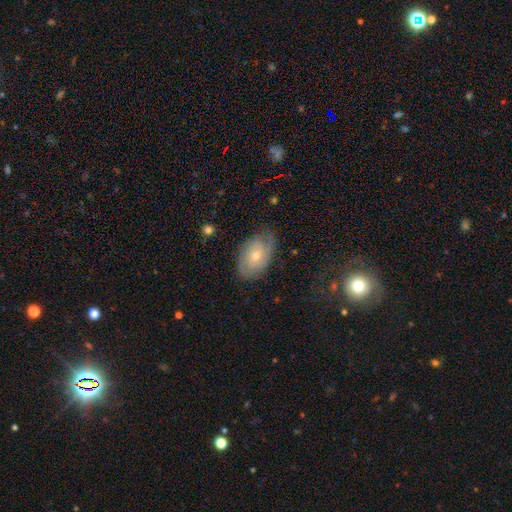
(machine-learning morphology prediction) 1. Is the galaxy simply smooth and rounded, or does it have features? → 64% featured or disk, 27% smooth, 9% star or artifact.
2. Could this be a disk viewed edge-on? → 95% no, 5% yes.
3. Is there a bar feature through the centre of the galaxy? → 77% no, 20% weak, 3% strong.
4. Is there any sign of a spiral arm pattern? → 87% yes, 13% no.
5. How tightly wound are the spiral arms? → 59% tight, 30% medium, 11% loose.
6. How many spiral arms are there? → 43% 2, 36% can't tell, 8% 3, 7% 1, 3% 4, 3% more than 4.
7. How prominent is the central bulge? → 48% small (tied), 48% moderate (tied), 2% large, 1% none, 1% dominant.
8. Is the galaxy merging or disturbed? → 71% none, 21% minor disturbance, 7% major disturbance, 1% merger.